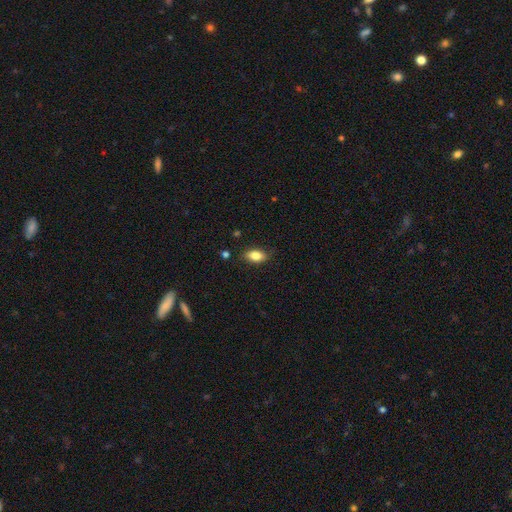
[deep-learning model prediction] Overall: smooth (82%). How rounded: in between (89%). Merging: none (83%).